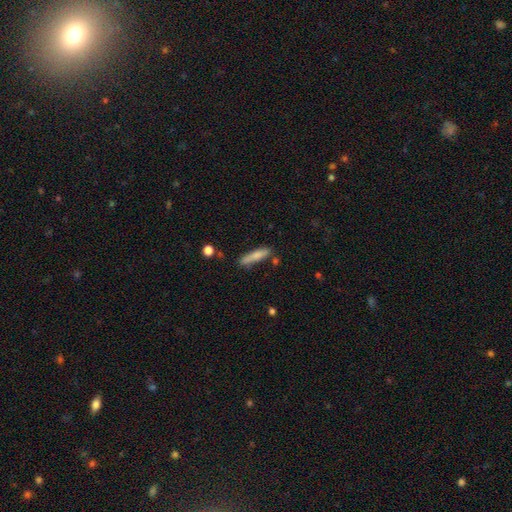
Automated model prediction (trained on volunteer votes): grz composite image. It shows a smooth galaxy with no disk features (77%) that is cigar-shaped (83%). Merging: none (74%).